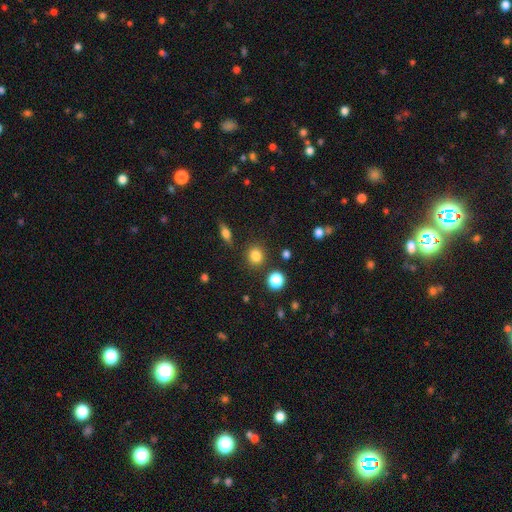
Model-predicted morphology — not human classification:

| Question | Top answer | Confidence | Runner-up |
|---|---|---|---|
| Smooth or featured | smooth | 83% | star or artifact (12%) |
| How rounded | round | 85% | in between (14%) |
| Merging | none | 87% | minor disturbance (7%) |